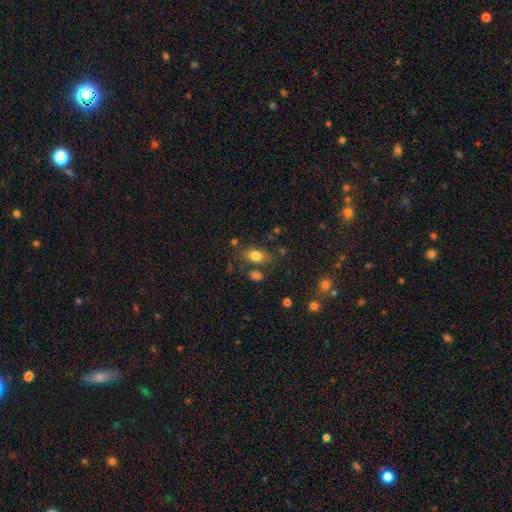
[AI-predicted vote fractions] smooth 80%, featured or disk 10%, star or artifact 10%. Down the decision tree: how rounded — in between (85%); merging — none (73%).